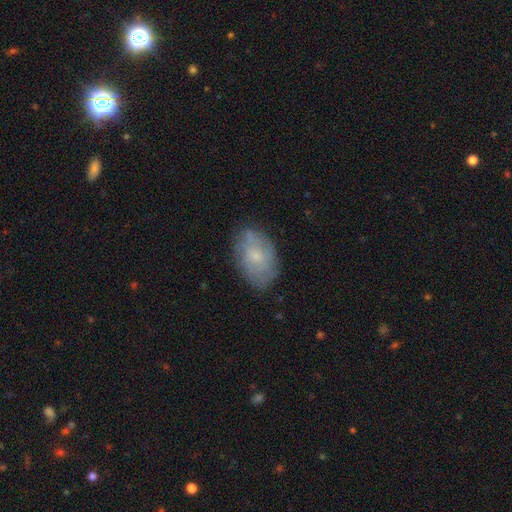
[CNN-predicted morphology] This is possibly a smooth galaxy (53%). How rounded: clearly in between (89%). Merging: likely none (75%).